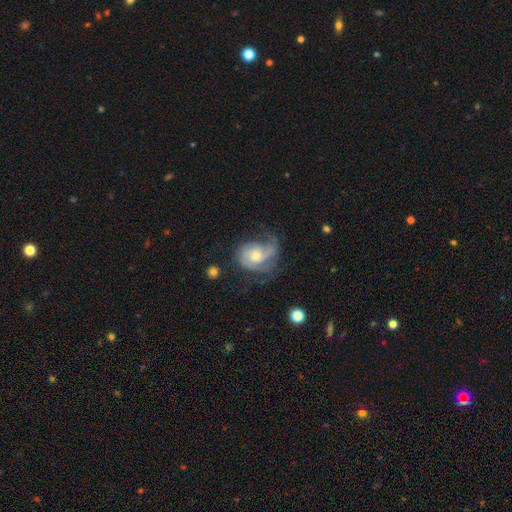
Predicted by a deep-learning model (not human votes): Smooth or featured? Predicted: featured or disk (p=0.83). Edge-on disk? Predicted: no (p=0.98). Bar? Predicted: no (p=0.67). Spiral arms? Predicted: yes (p=0.95). Spiral winding? Predicted: tight (p=0.42, tied with medium). Spiral arm count? Predicted: 2 (p=0.46). Bulge size? Predicted: moderate (p=0.55). Merging? Predicted: none (p=0.53).